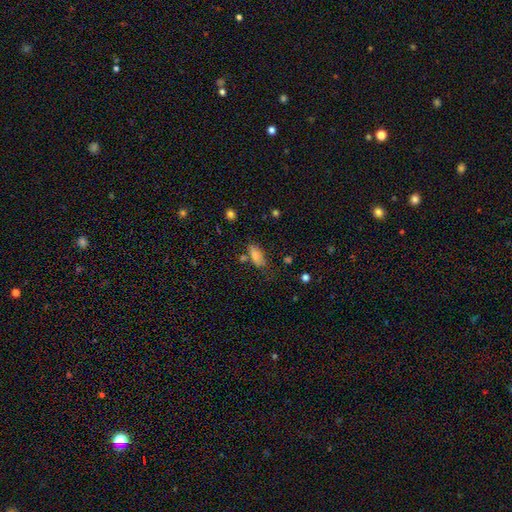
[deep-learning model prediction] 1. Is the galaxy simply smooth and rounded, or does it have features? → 80% smooth, 11% featured or disk, 9% star or artifact.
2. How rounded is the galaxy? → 86% in between, 11% cigar-shaped, 3% round.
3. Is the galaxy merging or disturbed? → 64% none, 22% minor disturbance, 8% merger, 7% major disturbance.